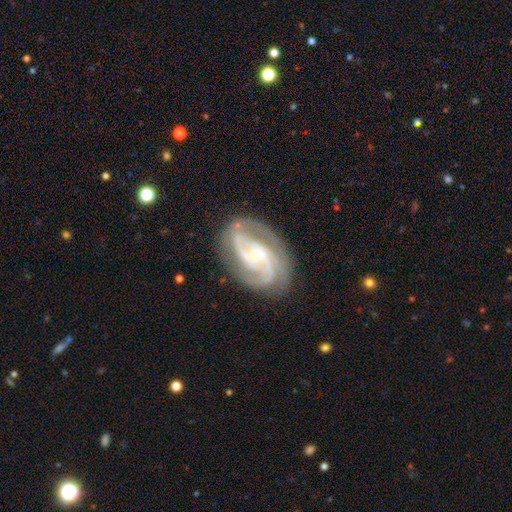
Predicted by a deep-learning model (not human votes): Overall: featured or disk (89%). Edge-on disk: no (97%). Bar: no (40%, tied with weak). Spiral arms: yes (97%). Spiral arm count: 2 (43%; 3 31%). Spiral winding: medium (47%; tight 43%). Bulge size: small (68%; moderate 28%). Merging: none (75%).